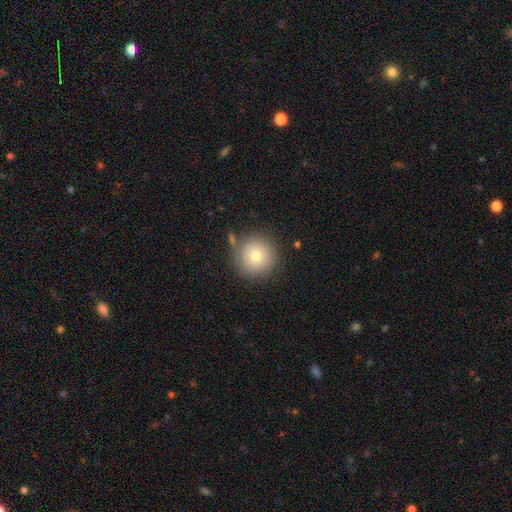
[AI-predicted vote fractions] Smooth or featured? Predicted: smooth (p=0.77). How rounded? Predicted: round (p=0.96). Merging? Predicted: none (p=0.80).